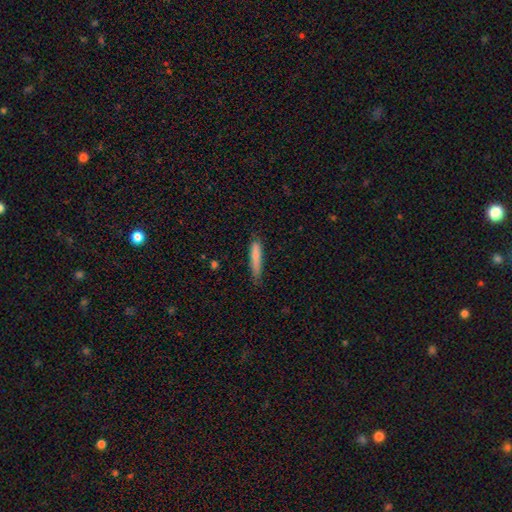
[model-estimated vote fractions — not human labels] Q: Smooth or featured?
A: smooth (81%); runner-up: featured or disk (12%)
Q: How rounded?
A: cigar-shaped (89%); runner-up: in between (10%)
Q: Merging?
A: none (71%); runner-up: minor disturbance (23%)